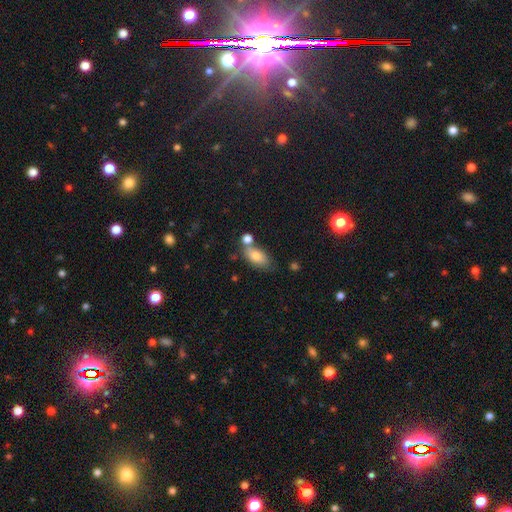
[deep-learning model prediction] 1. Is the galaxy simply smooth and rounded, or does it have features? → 78% smooth, 14% featured or disk, 8% star or artifact.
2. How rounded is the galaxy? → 88% in between, 7% cigar-shaped, 5% round.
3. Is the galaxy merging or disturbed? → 57% none, 21% merger, 17% minor disturbance, 5% major disturbance.